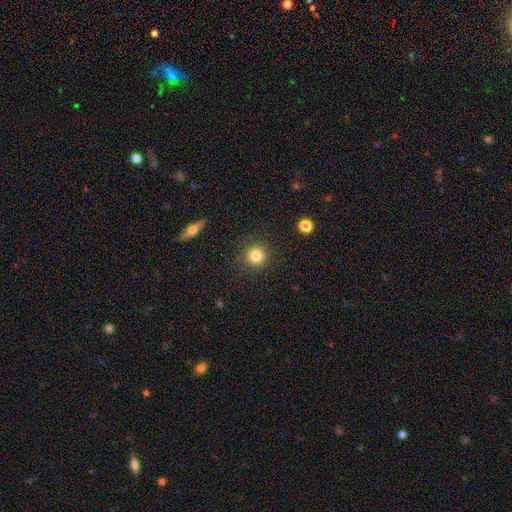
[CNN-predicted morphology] Smooth or featured?
  - smooth: 82% *
  - star or artifact: 12%
  - featured or disk: 7%
How rounded?
  - round: 94% *
  - in between: 5%
  - cigar-shaped: 1%
Merging?
  - none: 90% *
  - minor disturbance: 6%
  - major disturbance: 3%
  - merger: 1%